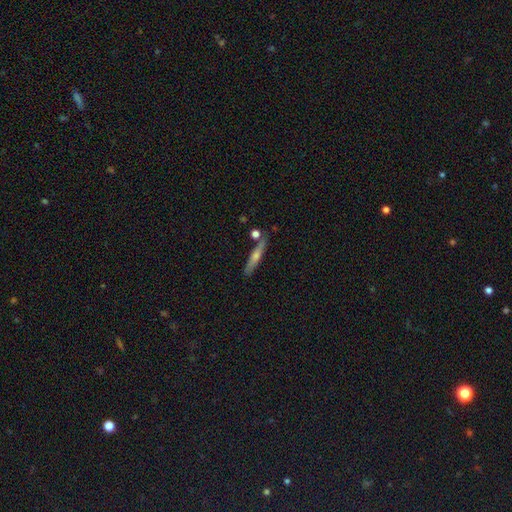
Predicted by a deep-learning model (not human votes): Smooth or featured: featured or disk — 53% (smooth — 39%)
Edge-on disk: yes — 94% (no — 6%)
Merging: none — 81% (minor disturbance — 10%)